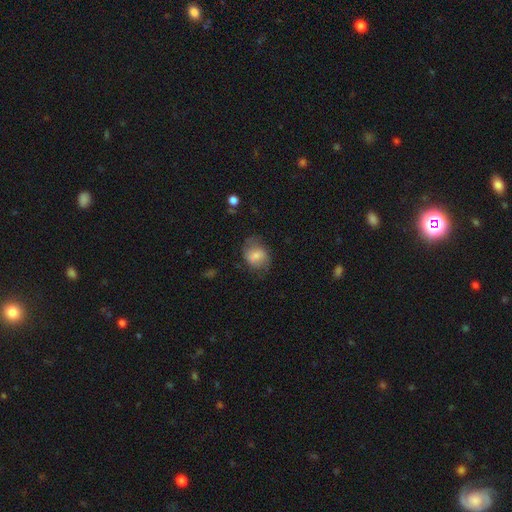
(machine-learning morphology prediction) This is likely a smooth galaxy (68%). How rounded: possibly in between (50%). Merging: possibly none (60%).